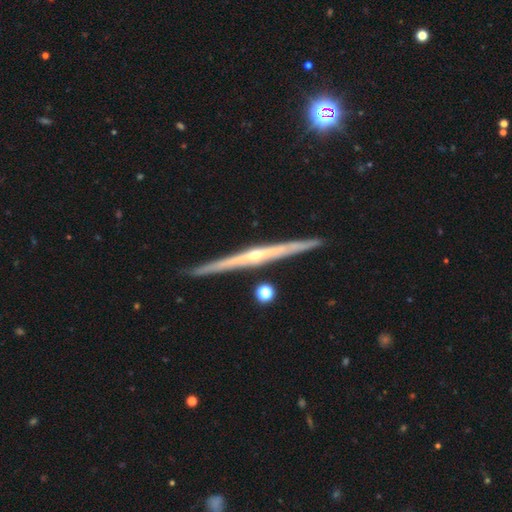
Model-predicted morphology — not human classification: This is clearly a featured or disk galaxy (84%). It is clearly viewed edge-on (98%). Edge-on bulge: likely rounded (71%). Merging: clearly none (91%).